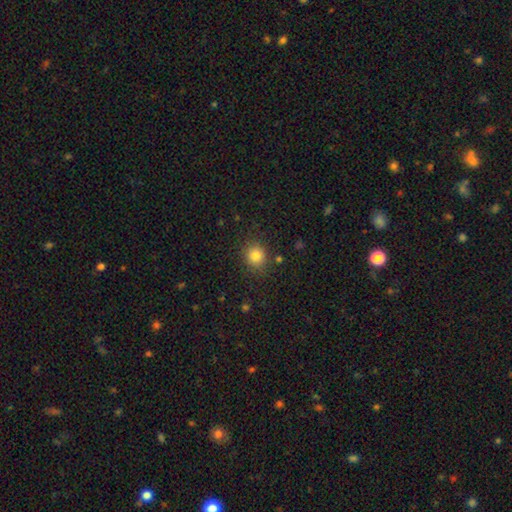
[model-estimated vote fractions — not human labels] smooth_or_featured: smooth (p=0.81) [alt: star or artifact p=0.13]
how_rounded: round (p=0.82) [alt: in between p=0.17]
merging: none (p=0.85) [alt: minor disturbance p=0.10]